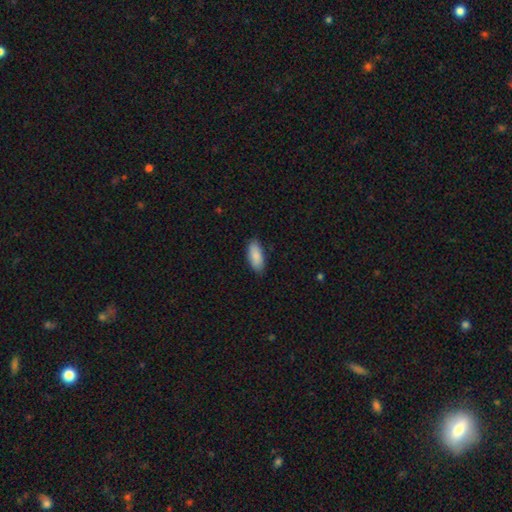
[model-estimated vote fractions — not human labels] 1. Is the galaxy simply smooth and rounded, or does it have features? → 89% smooth, 6% star or artifact, 5% featured or disk.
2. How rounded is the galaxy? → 82% in between, 17% cigar-shaped, 2% round.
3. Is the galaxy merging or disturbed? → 87% none, 10% minor disturbance, 2% major disturbance, 1% merger.